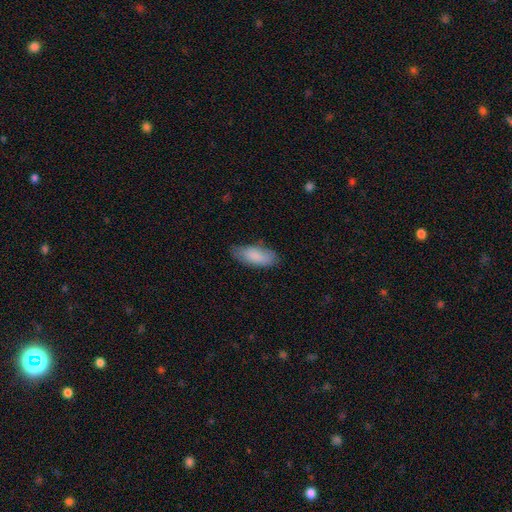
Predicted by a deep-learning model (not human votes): Smooth or featured? Predicted: smooth (p=0.86). How rounded? Predicted: in between (p=0.80). Merging? Predicted: none (p=0.74).